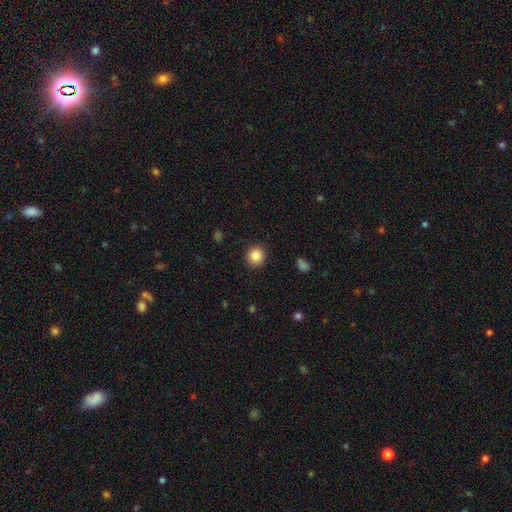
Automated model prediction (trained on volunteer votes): Smooth or featured?
  - smooth: 84% *
  - star or artifact: 10%
  - featured or disk: 6%
How rounded?
  - round: 90% *
  - in between: 9%
  - cigar-shaped: 1%
Merging?
  - none: 91% *
  - minor disturbance: 6%
  - major disturbance: 2%
  - merger: 1%